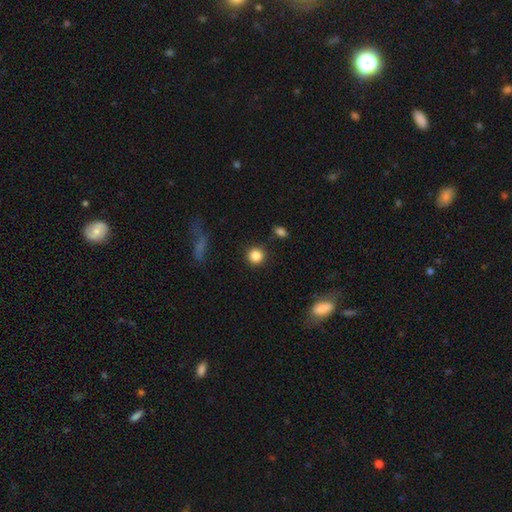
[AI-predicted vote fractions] This is clearly a smooth galaxy (86%). How rounded: clearly round (93%). Merging: clearly none (88%).